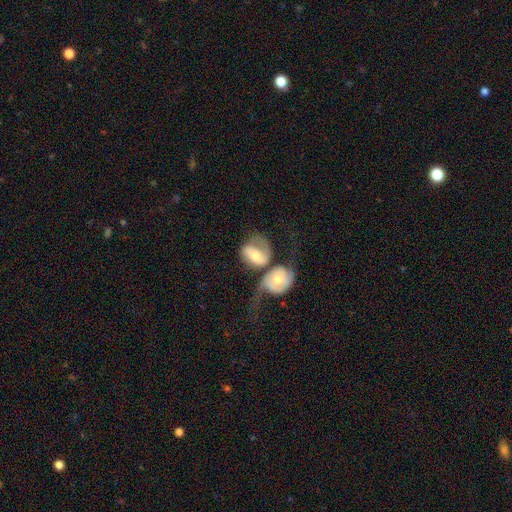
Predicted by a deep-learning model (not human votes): Smooth or featured? featured or disk (59%)
Edge-on disk? no (95%)
Bar? no (50%)
Spiral arms? yes (75%)
Bulge size? moderate (61%)
Merging? merger (64%)